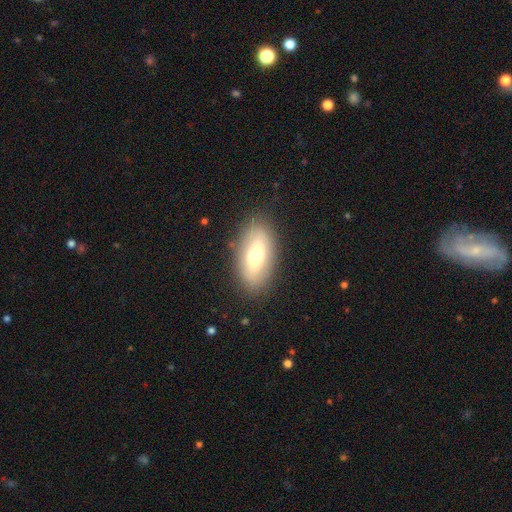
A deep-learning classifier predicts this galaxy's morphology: The model was most divided on "smooth or featured": smooth: 60%, featured or disk: 32%, star or artifact: 8%. More confident: how rounded — in between (89%); merging — none (85%).